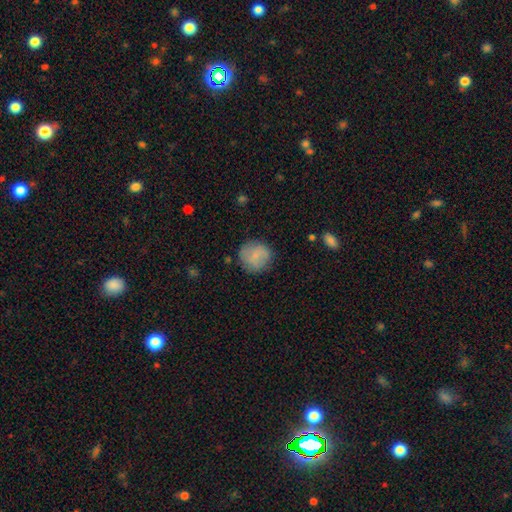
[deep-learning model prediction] Smooth or featured? Predicted: smooth (p=0.74). How rounded? Predicted: round (p=0.91). Merging? Predicted: none (p=0.79).